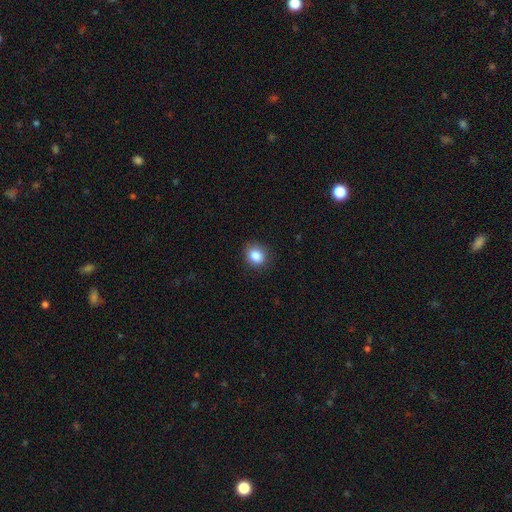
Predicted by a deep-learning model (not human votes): Overall: smooth (86%). How rounded: round (67%; in between 32%). Merging: none (85%).